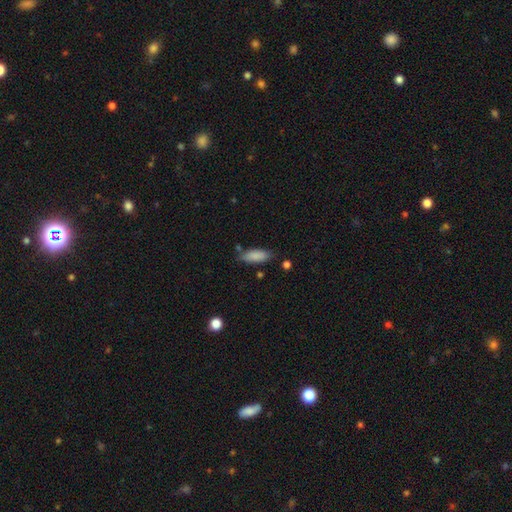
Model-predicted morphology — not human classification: This appears to be a smooth galaxy with no disk features (87%) that is in between round and cigar-shaped (71%). Merging: none (78%).